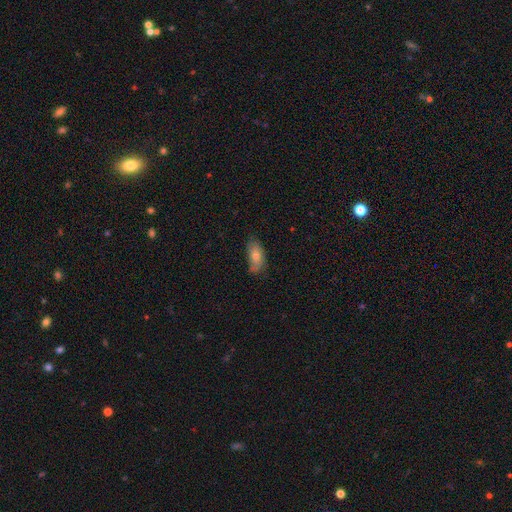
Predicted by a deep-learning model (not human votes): smooth_or_featured: smooth (p=0.65) [alt: featured or disk p=0.26]
how_rounded: in between (p=0.85) [alt: cigar-shaped p=0.11]
merging: none (p=0.67) [alt: minor disturbance p=0.25]